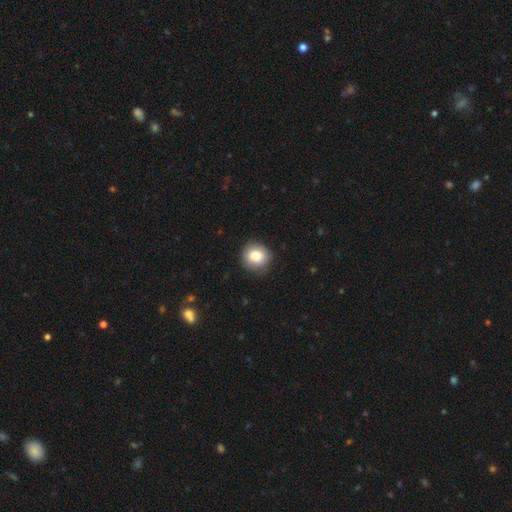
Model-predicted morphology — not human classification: Overall: smooth (83%). How rounded: round (81%). Merging: none (85%).